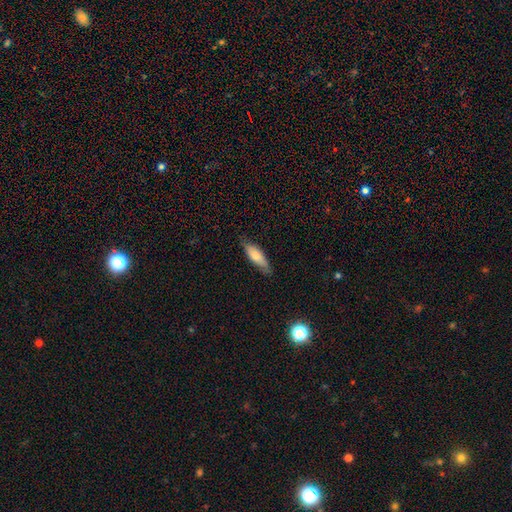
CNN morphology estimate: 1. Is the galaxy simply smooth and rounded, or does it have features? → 71% smooth, 23% featured or disk, 6% star or artifact.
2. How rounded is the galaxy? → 50% in between, 48% cigar-shaped, 2% round.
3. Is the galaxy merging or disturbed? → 76% none, 19% minor disturbance, 3% major disturbance, 1% merger.